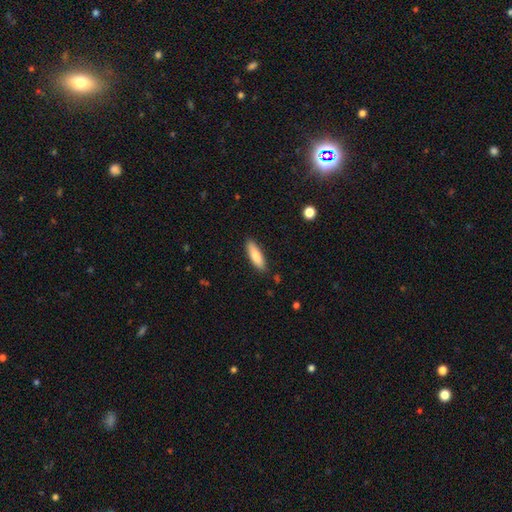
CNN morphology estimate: type=smooth (80%); roundness=cigar-shaped (58%); merging=none (87%).